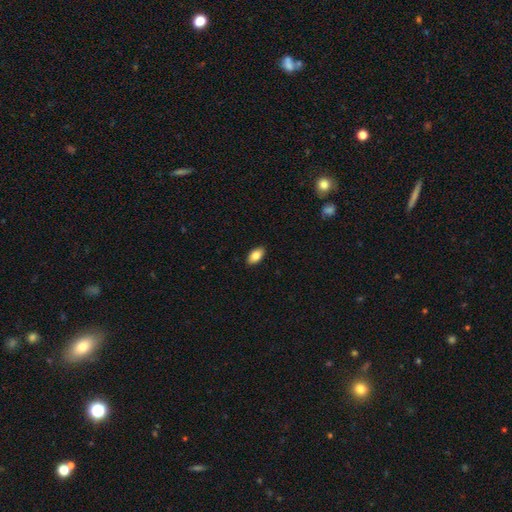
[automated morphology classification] Smooth or featured: smooth — 84% (featured or disk — 9%)
How rounded: in between — 93% (round — 4%)
Merging: none — 90% (minor disturbance — 7%)